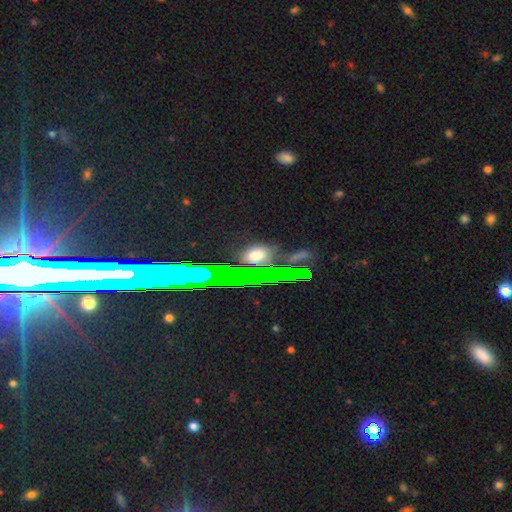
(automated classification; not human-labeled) Smooth or featured? smooth (52%)
How rounded? in between (59%)
Merging? none (81%)